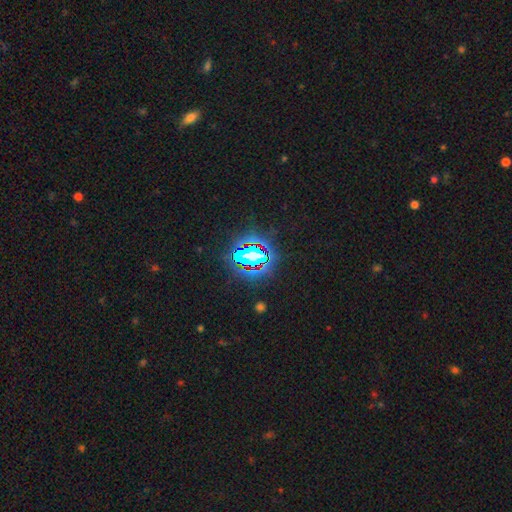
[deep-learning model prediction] This is likely a star or artifact rather than a galaxy (78%).